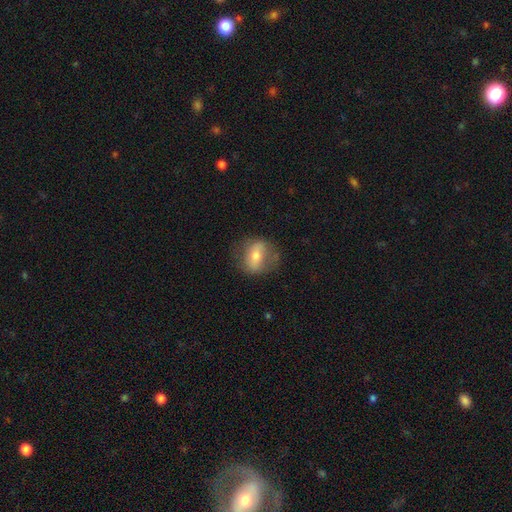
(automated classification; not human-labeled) This appears to be a smooth galaxy with no disk features (50%) that is in between round and cigar-shaped (55%). Merging: none (70%).